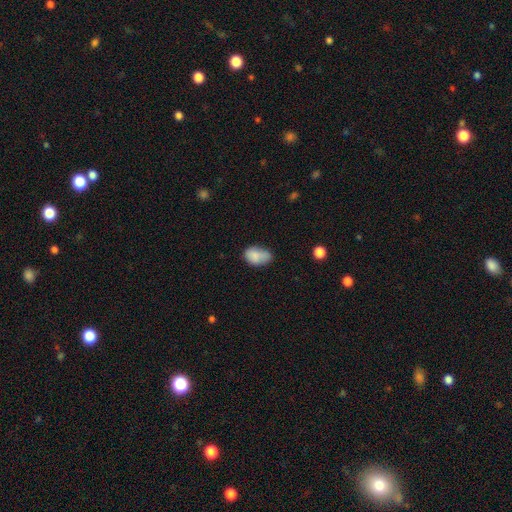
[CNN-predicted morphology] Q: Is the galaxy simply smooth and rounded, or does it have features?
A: smooth — 81%.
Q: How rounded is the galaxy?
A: in between — 87%.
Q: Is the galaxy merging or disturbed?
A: none — 43%.